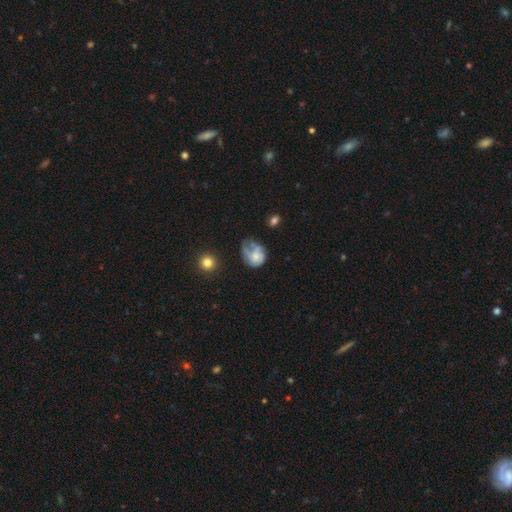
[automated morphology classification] Smooth or featured?
  - smooth: 54% *
  - featured or disk: 36%
  - star or artifact: 10%
How rounded?
  - round: 54% *
  - in between: 45%
  - cigar-shaped: 1%
Merging?
  - major disturbance: 37% *
  - minor disturbance: 30%
  - none: 27%
  - merger: 6%